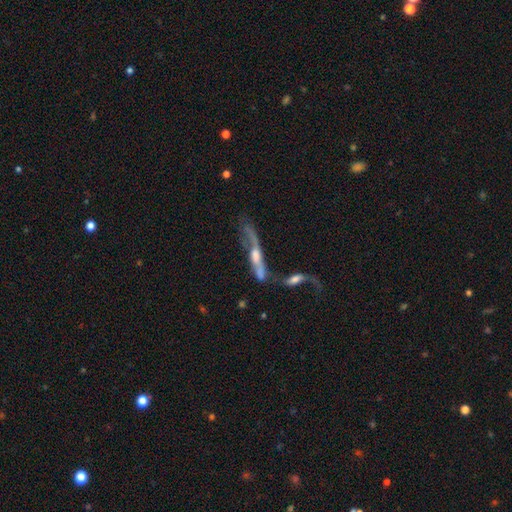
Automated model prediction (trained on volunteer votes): Smooth or featured? Predicted: featured or disk (p=0.71). Edge-on disk? Predicted: yes (p=0.60). Merging? Predicted: merger (p=0.42).